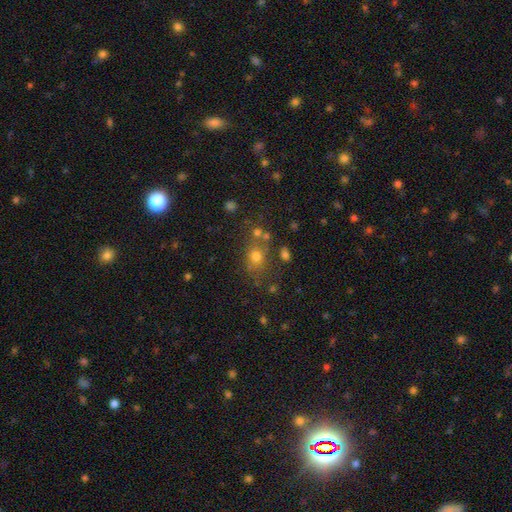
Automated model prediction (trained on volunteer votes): A smooth galaxy with no disk features (66%) that is round (66%).

Vote fractions:
- Smooth or featured? smooth: 66% / star or artifact: 22% / featured or disk: 12%
- How rounded? round: 66% / in between: 32% / cigar-shaped: 1%
- Merging? none: 64% / merger: 16% / minor disturbance: 14% / major disturbance: 6%